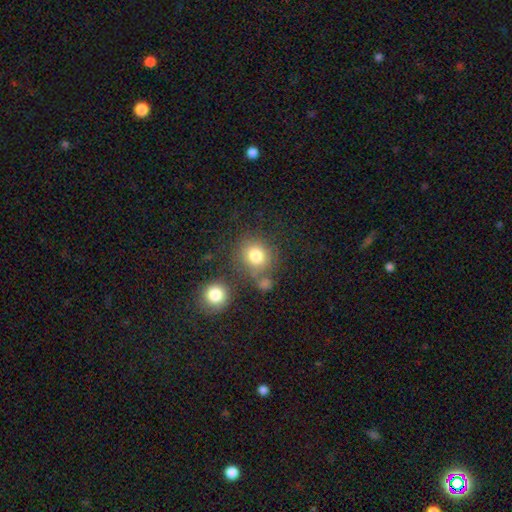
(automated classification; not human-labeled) This appears to be a smooth galaxy with no disk features (78%) that is round (84%). Merging: none (62%).